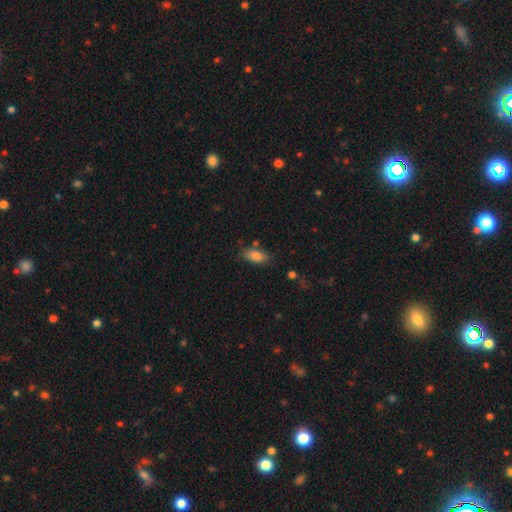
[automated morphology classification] A smooth galaxy with no disk features (84%) that is in between round and cigar-shaped (88%). Merging: none (73%).